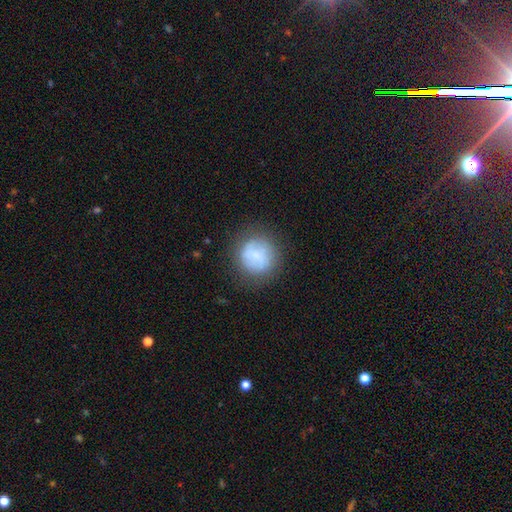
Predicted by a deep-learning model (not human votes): smooth 66%, featured or disk 24%, star or artifact 9%. Down the decision tree: how rounded — round (89%); merging — none (73%).